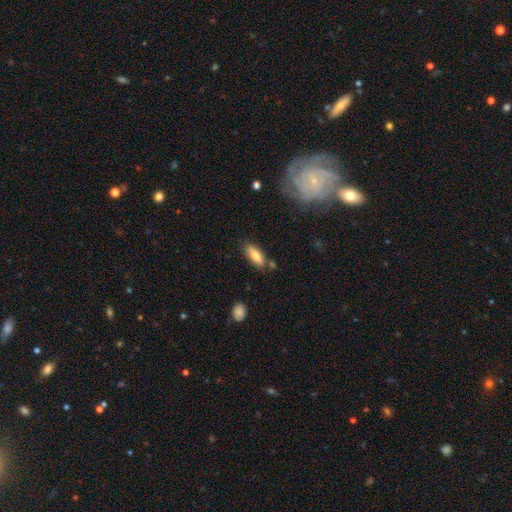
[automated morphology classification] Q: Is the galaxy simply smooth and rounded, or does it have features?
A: smooth — 81%.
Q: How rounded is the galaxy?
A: in between — 64%.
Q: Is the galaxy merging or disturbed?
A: none — 75%.